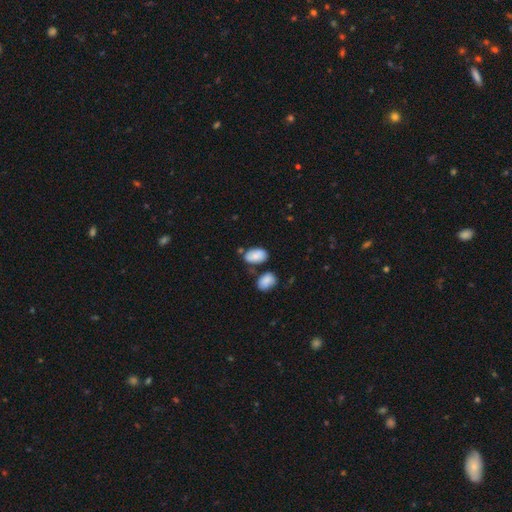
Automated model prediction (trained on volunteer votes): Q: Smooth or featured?
A: smooth (84%); runner-up: featured or disk (9%)
Q: How rounded?
A: in between (91%); runner-up: round (7%)
Q: Merging?
A: none (59%); runner-up: minor disturbance (19%)